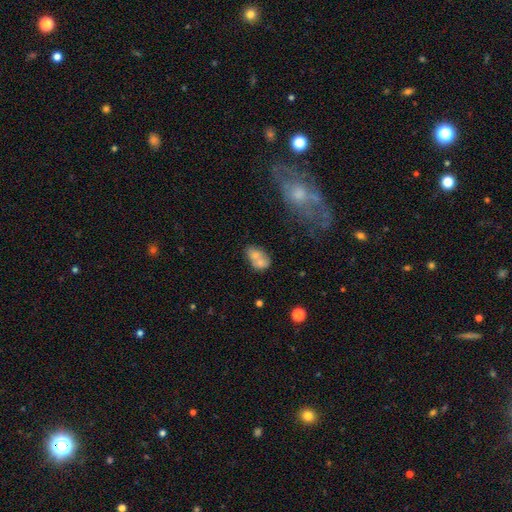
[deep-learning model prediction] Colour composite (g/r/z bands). It shows a smooth galaxy with no disk features (59%) that is in between round and cigar-shaped (74%). Merging: merger (40%).